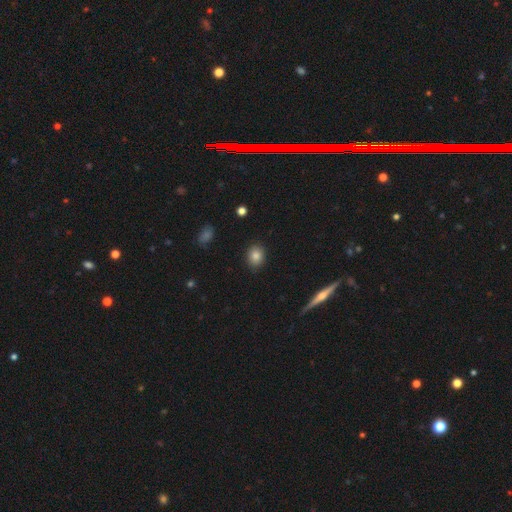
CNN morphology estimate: This is clearly a smooth galaxy (84%). How rounded: likely round (66%). Merging: clearly none (88%).